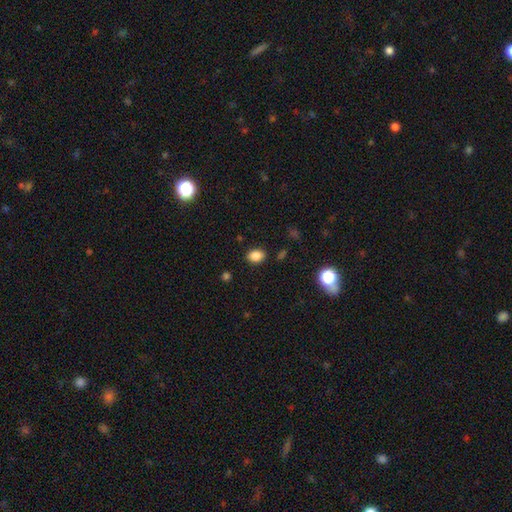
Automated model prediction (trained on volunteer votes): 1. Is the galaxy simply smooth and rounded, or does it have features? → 85% smooth, 11% star or artifact, 4% featured or disk.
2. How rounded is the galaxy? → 67% in between, 32% round, 1% cigar-shaped.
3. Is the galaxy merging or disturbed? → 86% none, 10% minor disturbance, 3% major disturbance, 2% merger.